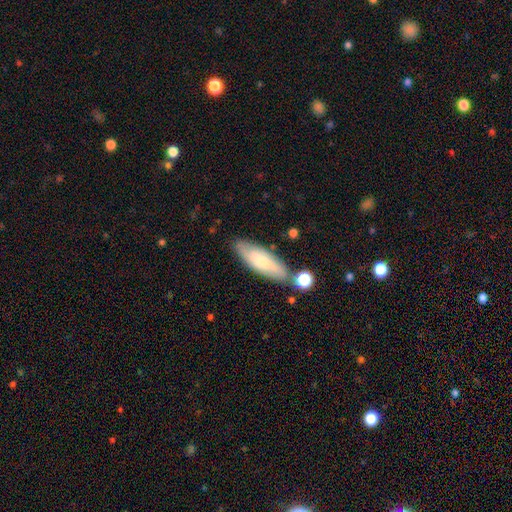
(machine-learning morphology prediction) A smooth galaxy with no disk features (65%) that is in between round and cigar-shaped (56%). Merging: none (72%).